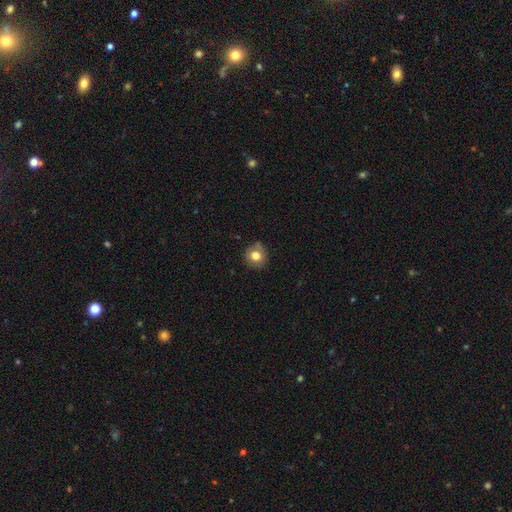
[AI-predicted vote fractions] Smooth or featured: smooth — 78% (featured or disk — 11%)
How rounded: round — 89% (in between — 10%)
Merging: none — 80% (minor disturbance — 15%)